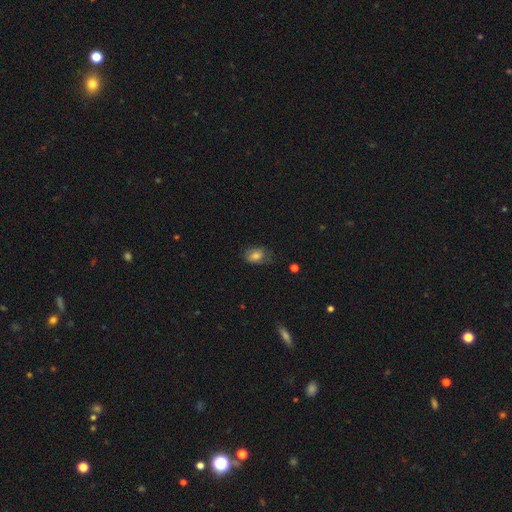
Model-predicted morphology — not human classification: type=smooth (73%); roundness=in between (81%); merging=none (63%).